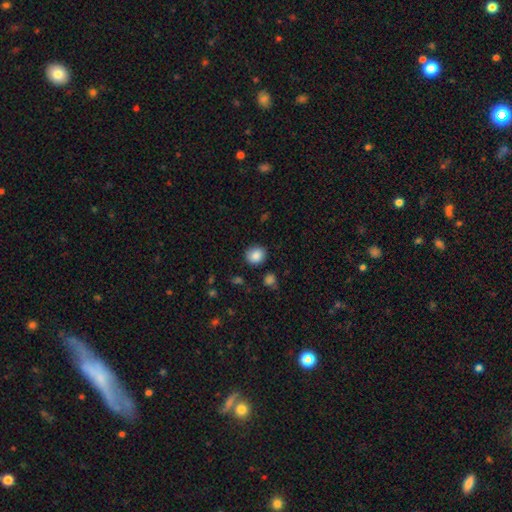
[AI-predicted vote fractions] This is clearly a smooth galaxy (87%). How rounded: likely round (79%). Merging: clearly none (86%).